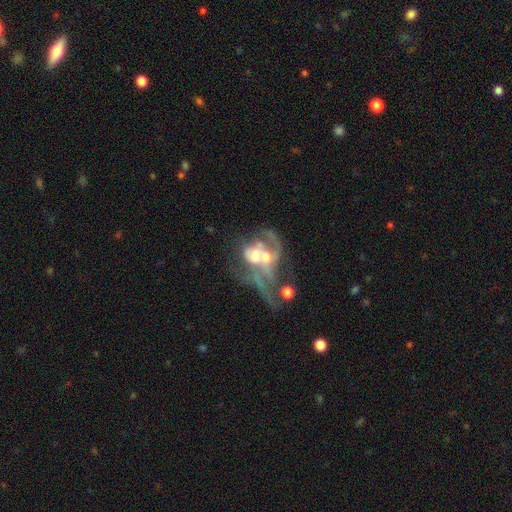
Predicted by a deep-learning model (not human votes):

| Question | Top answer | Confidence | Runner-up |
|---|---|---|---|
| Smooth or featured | featured or disk | 69% | smooth (20%) |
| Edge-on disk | no | 97% | yes (3%) |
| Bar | no | 74% | weak (20%) |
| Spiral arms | yes | 54% | no (46%) |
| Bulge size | moderate | 53% | large (18%) |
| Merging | merger | 60% | major disturbance (25%) |